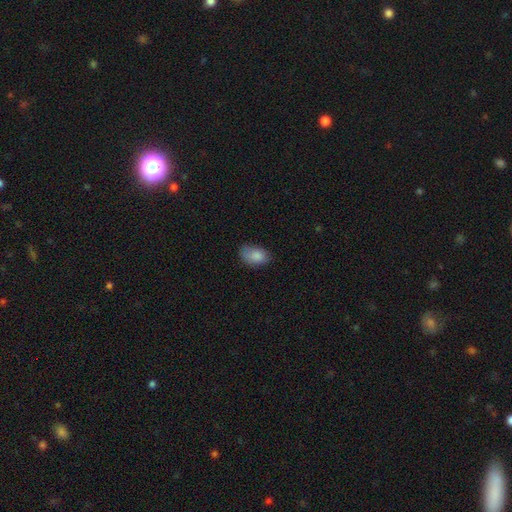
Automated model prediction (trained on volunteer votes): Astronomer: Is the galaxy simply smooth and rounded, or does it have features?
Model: smooth — 85%.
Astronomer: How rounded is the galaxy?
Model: in between — 90%.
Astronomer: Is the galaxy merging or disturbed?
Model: none — 61%.